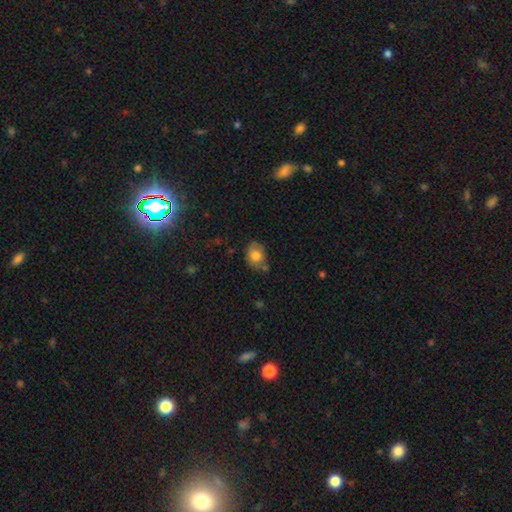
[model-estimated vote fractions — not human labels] This appears to be a smooth galaxy with no disk features (73%) that is in between round and cigar-shaped (65%). Merging: none (55%).